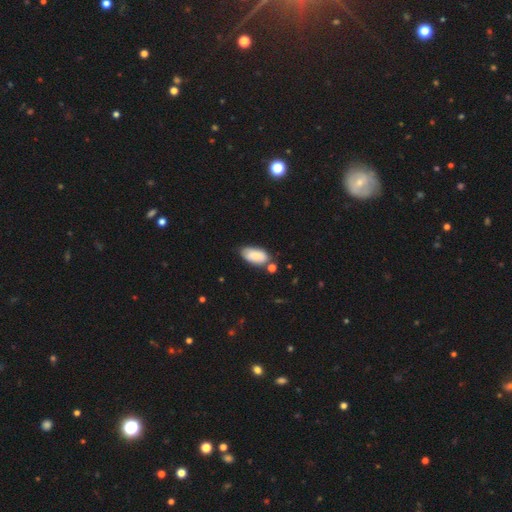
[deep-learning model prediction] This is clearly a smooth galaxy (82%). How rounded: clearly in between (94%). Merging: likely none (63%).